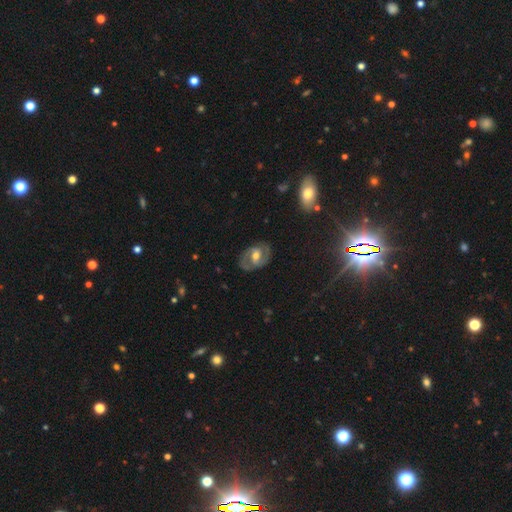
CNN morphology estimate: Smooth or featured?
  - featured or disk: 76% *
  - smooth: 18%
  - star or artifact: 6%
Edge-on disk?
  - no: 96% *
  - yes: 4%
Bar?
  - weak: 47% *
  - no: 30%
  - strong: 22%
Spiral arms?
  - yes: 82% *
  - no: 18%
Spiral winding?
  - medium: 49% *
  - tight: 35%
  - loose: 16%
Spiral arm count?
  - 2: 86% *
  - can't tell: 8%
  - 1: 2%
  - 3: 2%
  - 4: 1%
  - more than 4: 1%
Bulge size?
  - moderate: 71% *
  - small: 18%
  - large: 9%
  - none: 1%
  - dominant: 1%
Merging?
  - none: 79% *
  - minor disturbance: 14%
  - major disturbance: 5%
  - merger: 1%